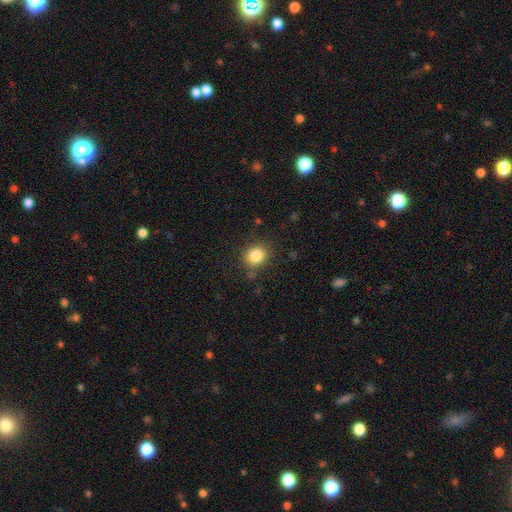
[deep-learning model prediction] A smooth galaxy with no disk features (84%) that is round (73%). Merging: none (84%).